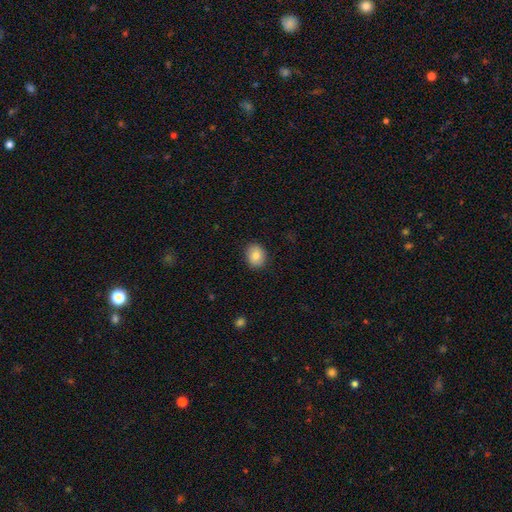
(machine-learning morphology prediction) smooth_or_featured: smooth (p=0.83) [alt: featured or disk p=0.09]
how_rounded: round (p=0.66) [alt: in between p=0.33]
merging: none (p=0.89) [alt: minor disturbance p=0.08]